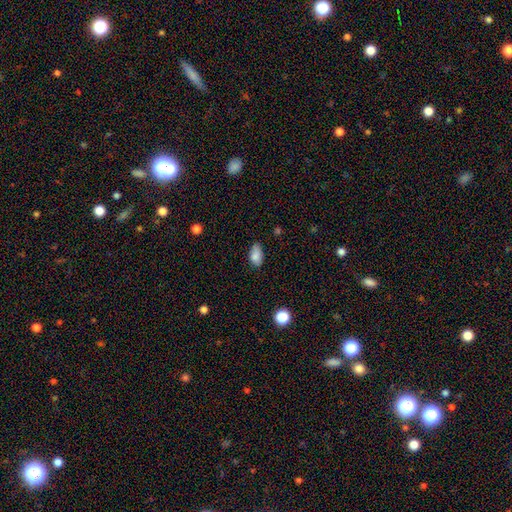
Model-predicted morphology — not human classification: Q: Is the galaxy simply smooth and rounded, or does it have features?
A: smooth — 84%.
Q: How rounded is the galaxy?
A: in between — 91%.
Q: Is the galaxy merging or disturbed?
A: none — 65%.